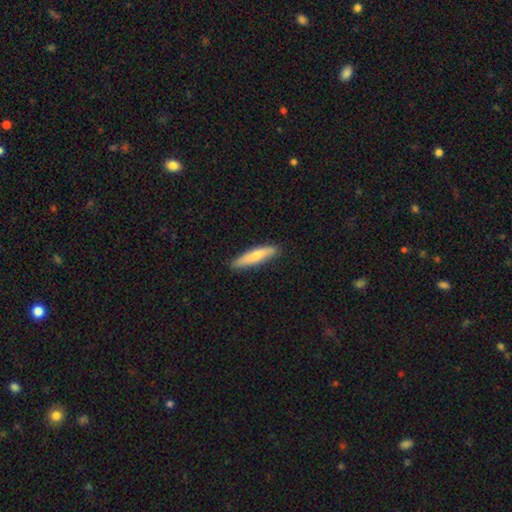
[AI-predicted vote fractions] smooth 74%, featured or disk 21%, star or artifact 5%. Down the decision tree: how rounded — cigar-shaped (82%); merging — none (86%).